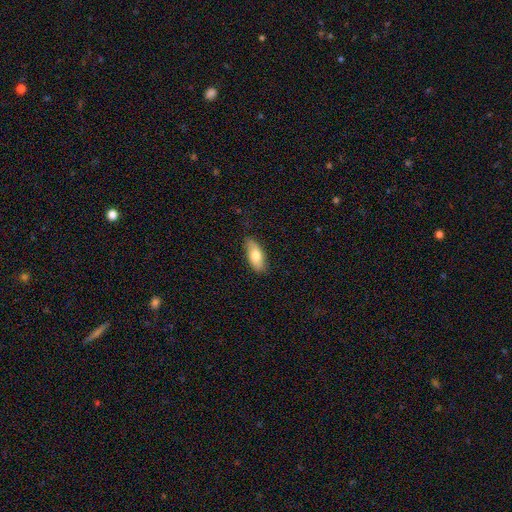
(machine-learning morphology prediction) A smooth galaxy with no disk features (76%) that is in between round and cigar-shaped (82%).

Vote fractions:
- Smooth or featured? smooth: 76% / featured or disk: 18% / star or artifact: 6%
- How rounded? in between: 82% / cigar-shaped: 16% / round: 3%
- Merging? none: 84% / minor disturbance: 12% / major disturbance: 2% / merger: 1%